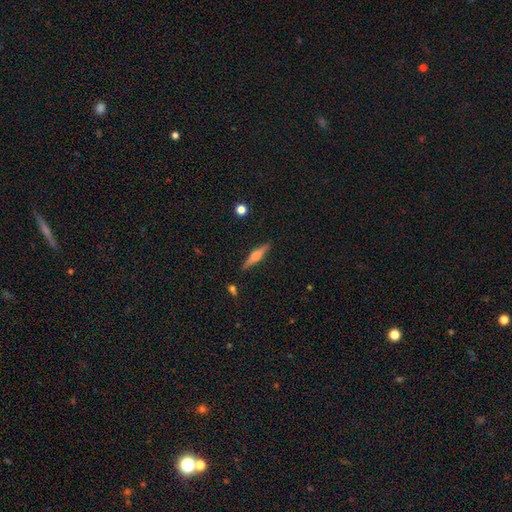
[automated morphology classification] Smooth or featured?
  - featured or disk: 61% *
  - smooth: 33%
  - star or artifact: 6%
Edge-on disk?
  - yes: 96% *
  - no: 4%
Edge-on bulge?
  - rounded: 91% *
  - boxy: 6%
  - none: 4%
Merging?
  - none: 89% *
  - minor disturbance: 8%
  - merger: 2%
  - major disturbance: 2%